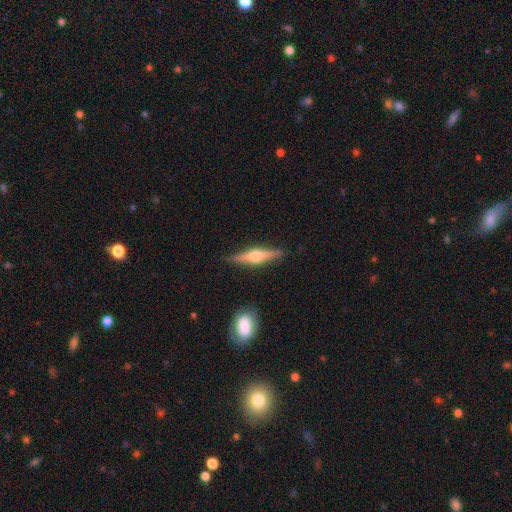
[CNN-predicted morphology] smooth-or-featured: featured or disk: 72% | smooth: 23% | star or artifact: 6%
  disk-edge-on: yes: 97% | no: 3%
    edge-on-bulge: rounded: 93% | boxy: 5% | none: 2%
  merging: none: 87% | minor disturbance: 9% | major disturbance: 2% | merger: 2%